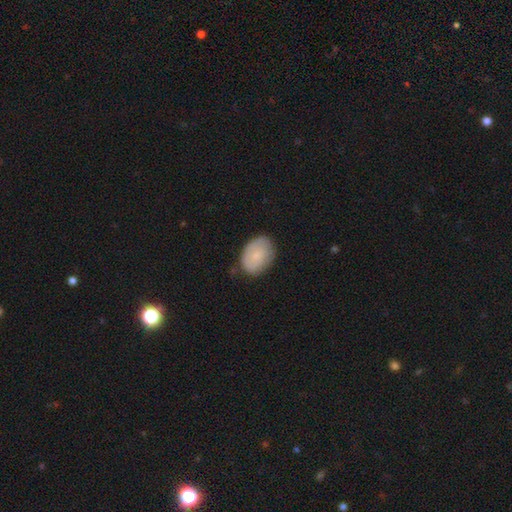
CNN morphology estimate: A smooth galaxy with no disk features (72%) that is in between round and cigar-shaped (79%).

Vote fractions:
- Smooth or featured? smooth: 72% / featured or disk: 22% / star or artifact: 7%
- How rounded? in between: 79% / round: 20% / cigar-shaped: 1%
- Merging? none: 73% / minor disturbance: 21% / major disturbance: 5% / merger: 1%